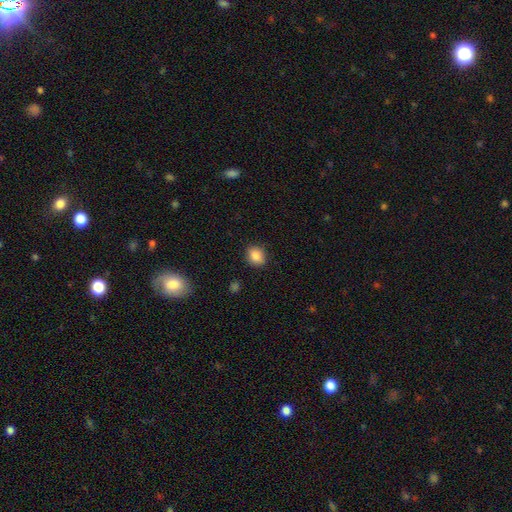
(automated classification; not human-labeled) Smooth or featured? Predicted: smooth (p=0.85). How rounded? Predicted: round (p=0.66). Merging? Predicted: none (p=0.86).